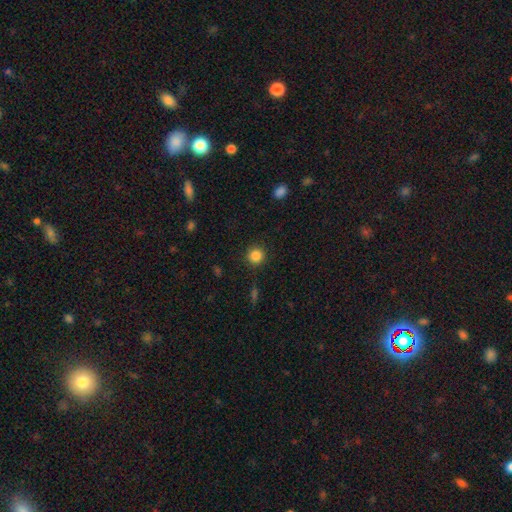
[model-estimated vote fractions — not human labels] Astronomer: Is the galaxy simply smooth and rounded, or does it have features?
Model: smooth — 85%.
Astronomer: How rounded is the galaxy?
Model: round — 94%.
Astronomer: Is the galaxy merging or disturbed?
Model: none — 90%.